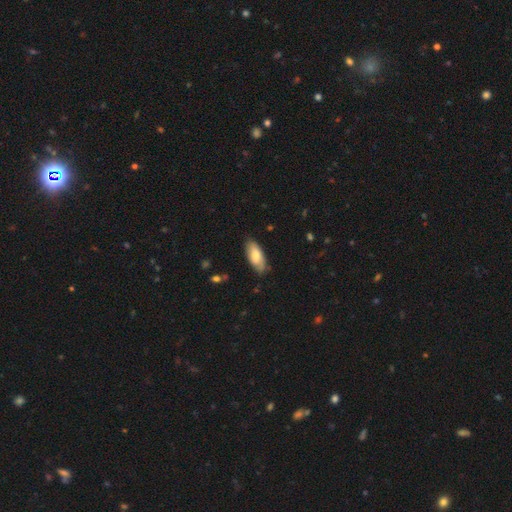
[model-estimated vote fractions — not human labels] Smooth or featured?
  - smooth: 77% *
  - featured or disk: 17%
  - star or artifact: 6%
How rounded?
  - in between: 84% *
  - cigar-shaped: 14%
  - round: 2%
Merging?
  - none: 78% *
  - minor disturbance: 18%
  - major disturbance: 3%
  - merger: 1%